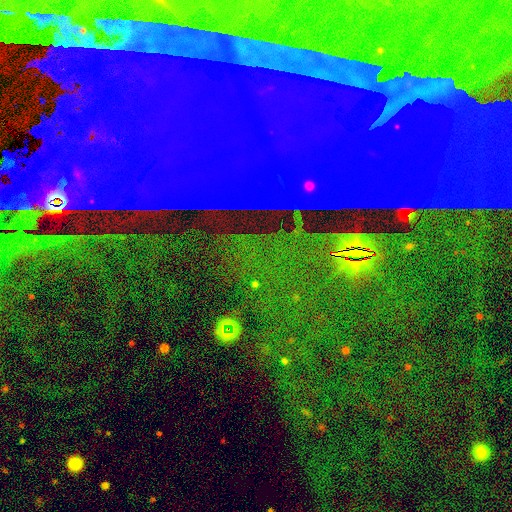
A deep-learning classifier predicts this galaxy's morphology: Smooth or featured: star or artifact — 84% (featured or disk — 9%)